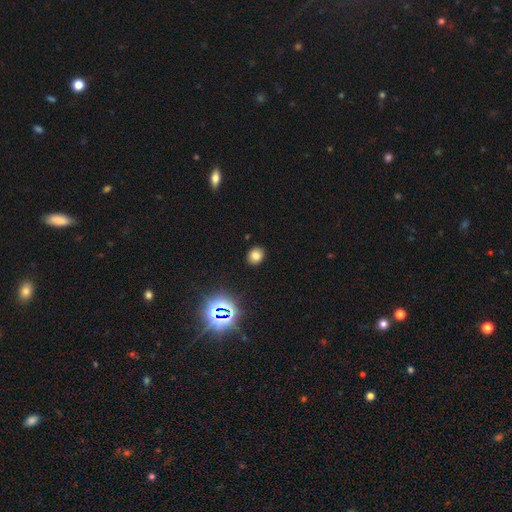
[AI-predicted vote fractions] This appears to be a smooth galaxy with no disk features (75%) that is round (67%). Merging: none (89%).